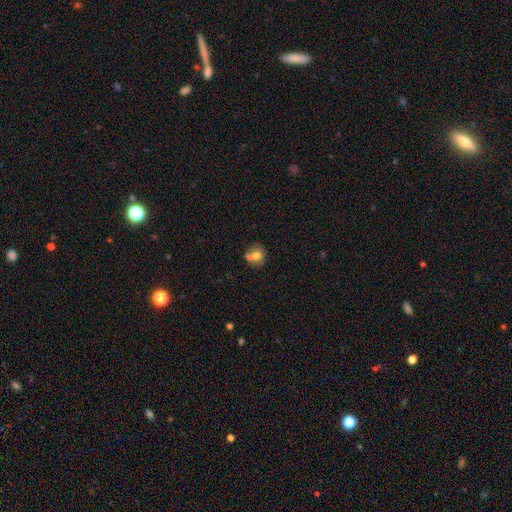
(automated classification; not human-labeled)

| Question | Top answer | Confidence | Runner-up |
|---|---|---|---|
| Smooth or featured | smooth | 71% | featured or disk (19%) |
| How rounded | round | 79% | in between (20%) |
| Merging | none | 44% | merger (42%) |